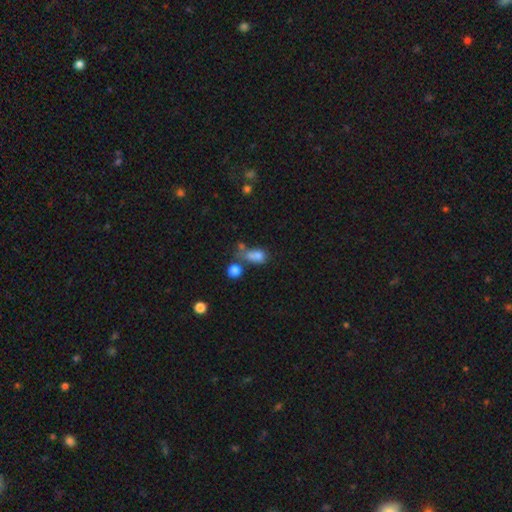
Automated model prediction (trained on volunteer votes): Smooth or featured? Predicted: smooth (p=0.75). How rounded? Predicted: in between (p=0.71). Merging? Predicted: merger (p=0.35).